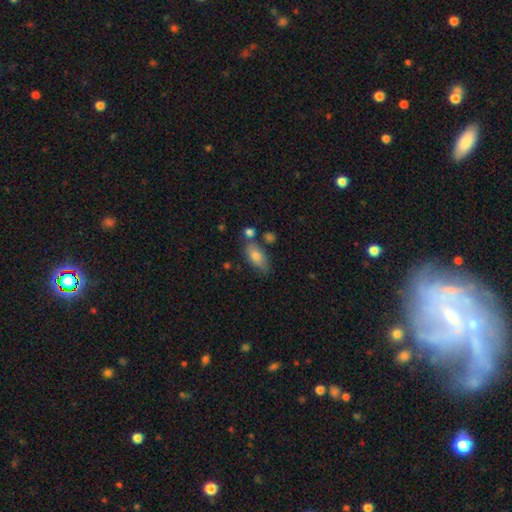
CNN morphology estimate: This appears to be a smooth galaxy with no disk features (78%) that is in between round and cigar-shaped (85%). Merging: none (66%).